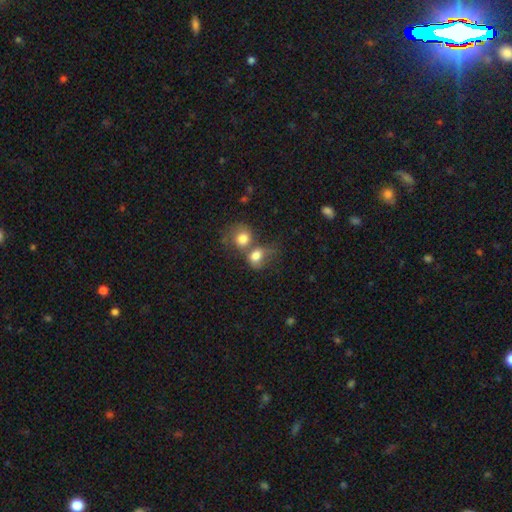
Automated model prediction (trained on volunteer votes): The model was most divided on "how rounded": round: 55%, in between: 43%, cigar-shaped: 1%. More confident: smooth or featured — smooth (77%); merging — merger (66%).